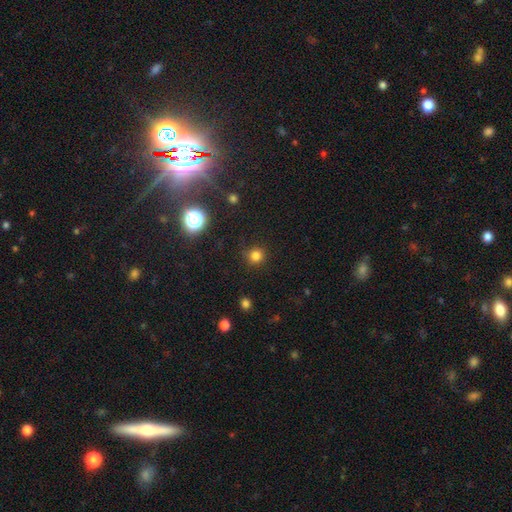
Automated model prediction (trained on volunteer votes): Overall: smooth (80%). How rounded: round (93%). Merging: none (87%).